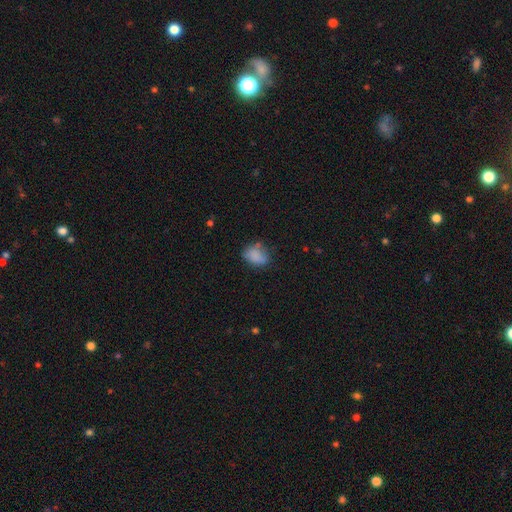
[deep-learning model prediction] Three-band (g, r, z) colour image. It shows a smooth galaxy with no disk features (79%) that is in between round and cigar-shaped (70%). Merging: none (58%).